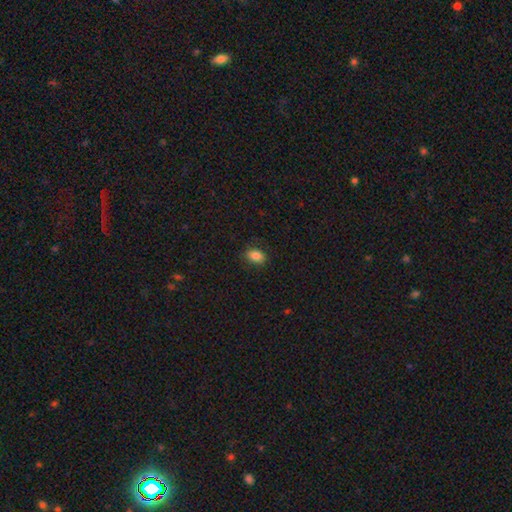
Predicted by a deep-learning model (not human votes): Morphology: type=smooth (84%); roundness=in between (77%); merging=none (84%).